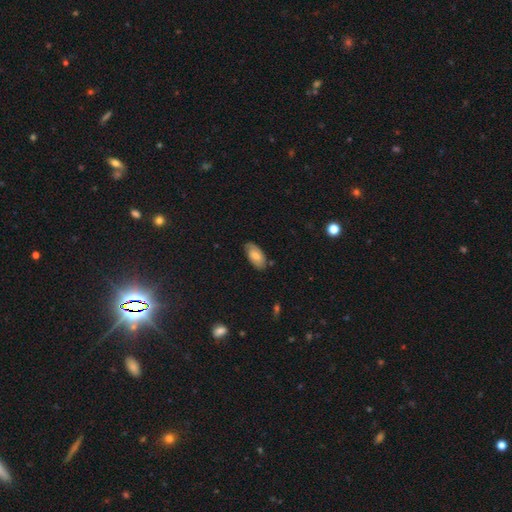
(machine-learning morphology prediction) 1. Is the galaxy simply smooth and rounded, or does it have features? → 69% smooth, 24% featured or disk, 7% star or artifact.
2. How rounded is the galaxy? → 93% in between, 5% cigar-shaped, 3% round.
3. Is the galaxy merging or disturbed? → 73% none, 21% minor disturbance, 4% major disturbance, 2% merger.